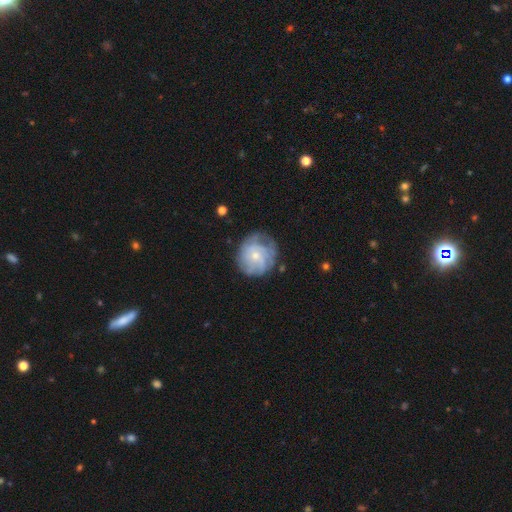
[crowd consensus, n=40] A featured or disk galaxy (70%) with no bar (75%), tight (48%) spiral arms (89%) and a moderate central bulge (54%). Merging: none (53%).